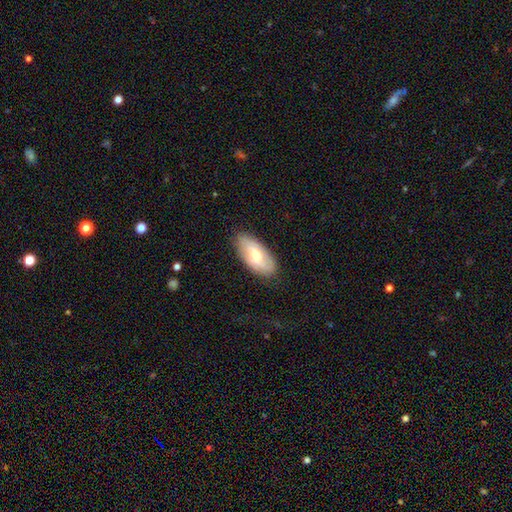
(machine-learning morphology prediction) Smooth or featured?
  - smooth: 57% *
  - featured or disk: 36%
  - star or artifact: 6%
How rounded?
  - in between: 90% *
  - cigar-shaped: 7%
  - round: 3%
Merging?
  - none: 83% *
  - minor disturbance: 13%
  - major disturbance: 3%
  - merger: 1%